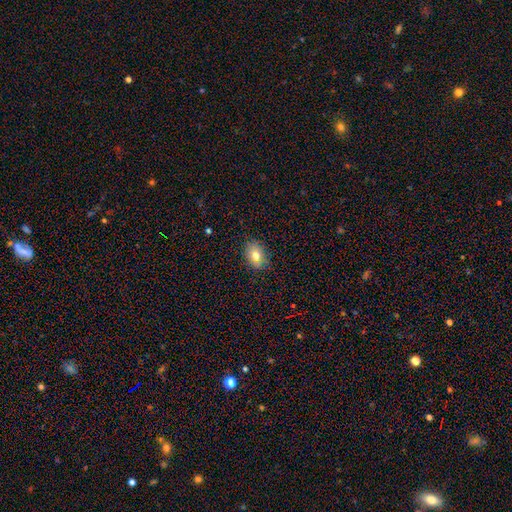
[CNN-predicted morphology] smooth 74%, featured or disk 14%, star or artifact 11%. Down the decision tree: how rounded — in between (64%); merging — none (84%).